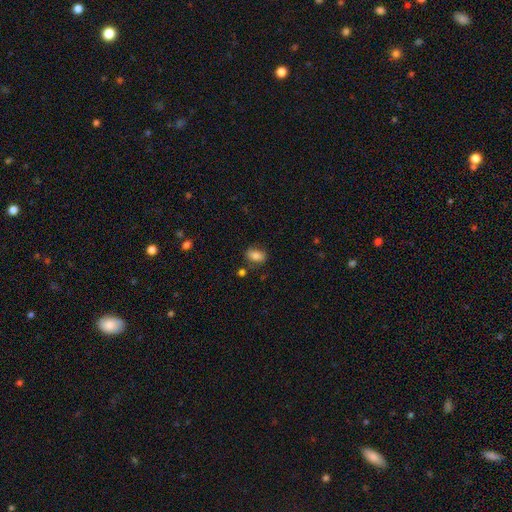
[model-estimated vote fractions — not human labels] A smooth galaxy with no disk features (80%) that is in between round and cigar-shaped (83%).

Vote fractions:
- Smooth or featured? smooth: 80% / featured or disk: 11% / star or artifact: 9%
- How rounded? in between: 83% / round: 14% / cigar-shaped: 3%
- Merging? none: 75% / minor disturbance: 16% / merger: 5% / major disturbance: 4%